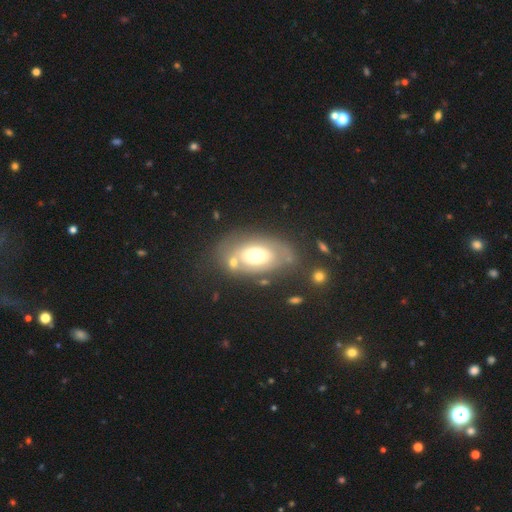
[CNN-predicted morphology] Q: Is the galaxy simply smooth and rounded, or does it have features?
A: smooth — 53%.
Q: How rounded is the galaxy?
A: in between — 87%.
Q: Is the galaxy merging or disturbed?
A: none — 64%.